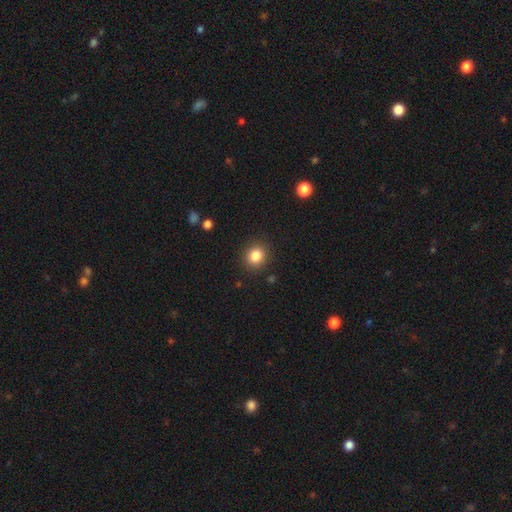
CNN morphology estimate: smooth 84%, star or artifact 11%, featured or disk 6%. Down the decision tree: how rounded — round (81%); merging — none (89%).